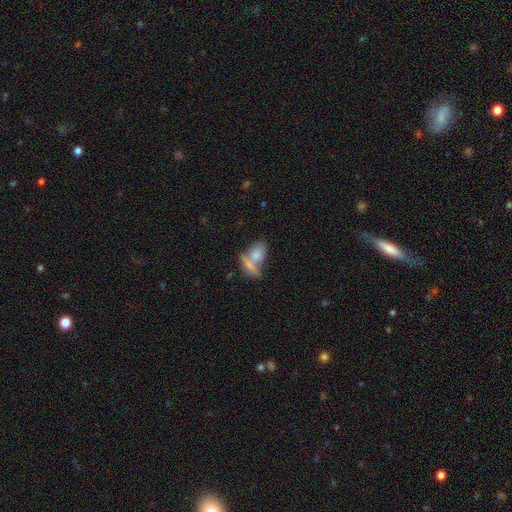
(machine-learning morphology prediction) type=smooth (75%); roundness=in between (80%); merging=merger (56%).